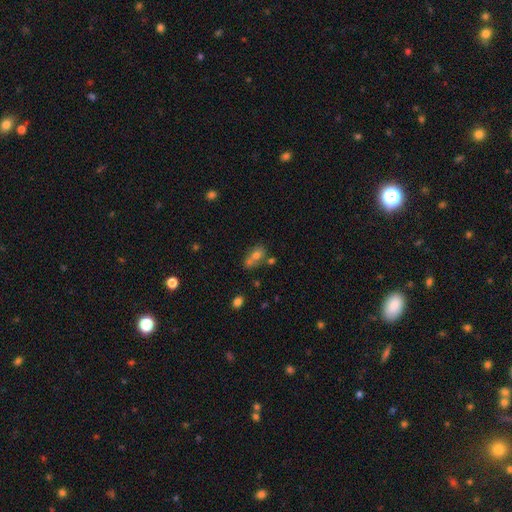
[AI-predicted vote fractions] The model was most divided on "merging": merger: 43%, none: 39%, minor disturbance: 12%, major disturbance: 6%. More confident: smooth or featured — smooth (64%); how rounded — in between (64%).